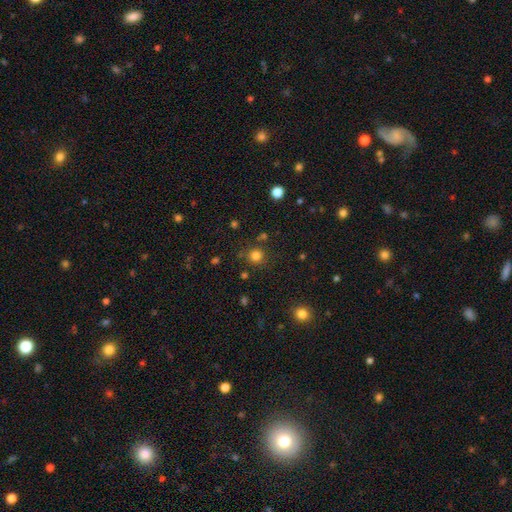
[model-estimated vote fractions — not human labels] Smooth or featured: smooth — 79% (star or artifact — 16%)
How rounded: round — 92% (in between — 7%)
Merging: none — 81% (minor disturbance — 10%)